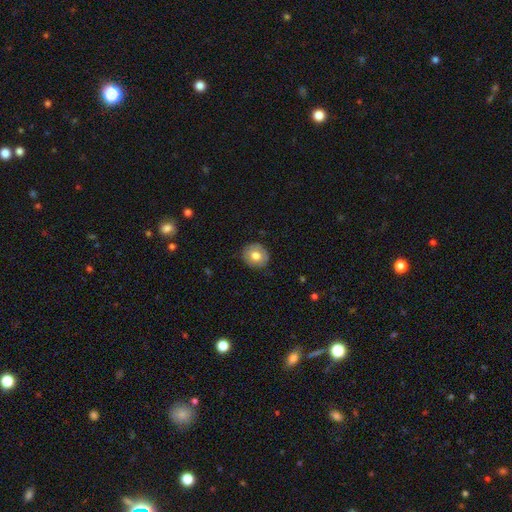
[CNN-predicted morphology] Q: Smooth or featured?
A: smooth (71%); runner-up: featured or disk (21%)
Q: How rounded?
A: round (74%); runner-up: in between (25%)
Q: Merging?
A: none (82%); runner-up: minor disturbance (14%)